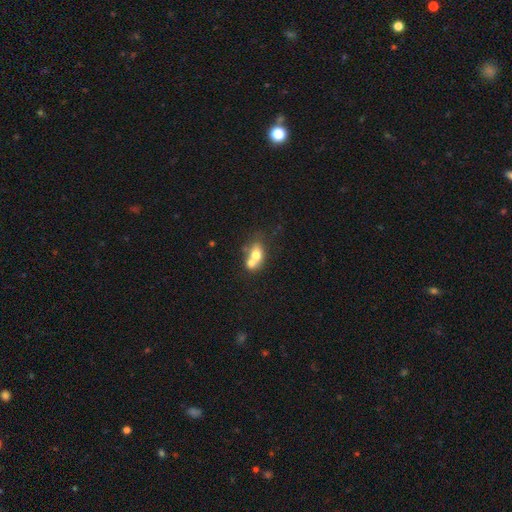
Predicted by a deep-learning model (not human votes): Smooth or featured? smooth (66%)
How rounded? in between (63%)
Merging? merger (63%)